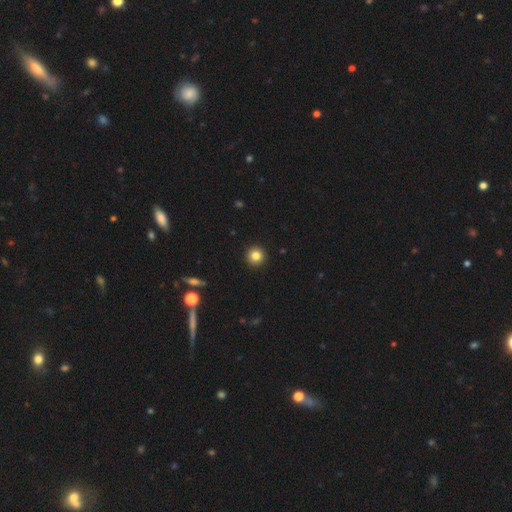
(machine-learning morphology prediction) type=smooth (84%); roundness=round (95%); merging=none (93%).